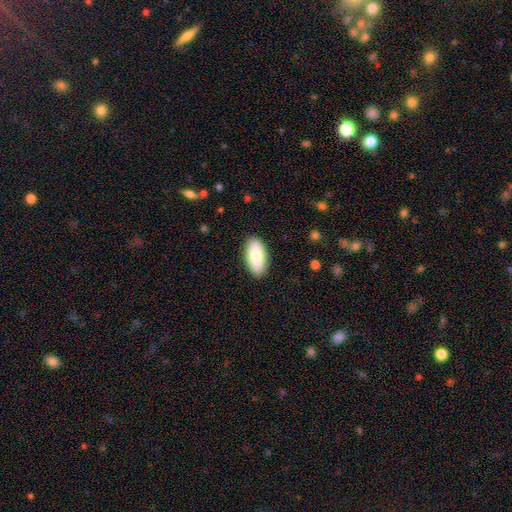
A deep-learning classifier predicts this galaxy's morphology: type=smooth (77%); roundness=in between (94%); merging=none (88%).